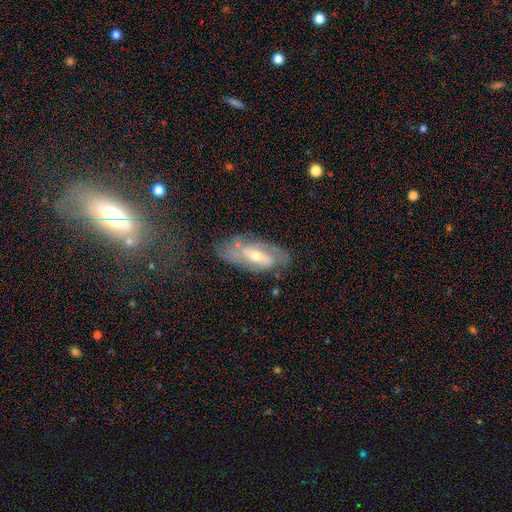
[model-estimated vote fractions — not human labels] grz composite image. It shows a featured or disk galaxy (75%) with a weak bar (42%), 2 (52%) tight (42%) spiral arms (84%) and a moderate central bulge (50%). Merging: none (67%).